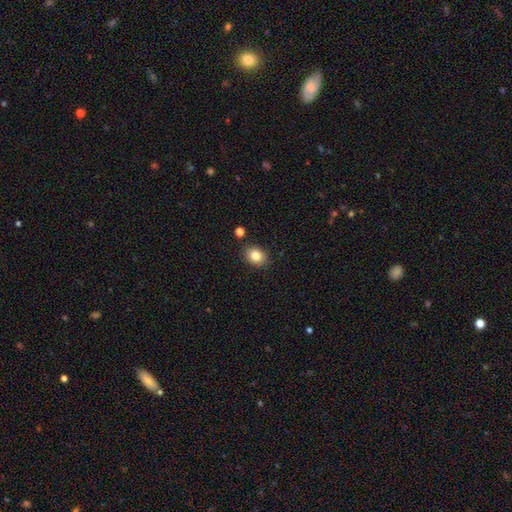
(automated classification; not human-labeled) A smooth galaxy with no disk features (83%) that is in between round and cigar-shaped (58%). Merging: none (85%).